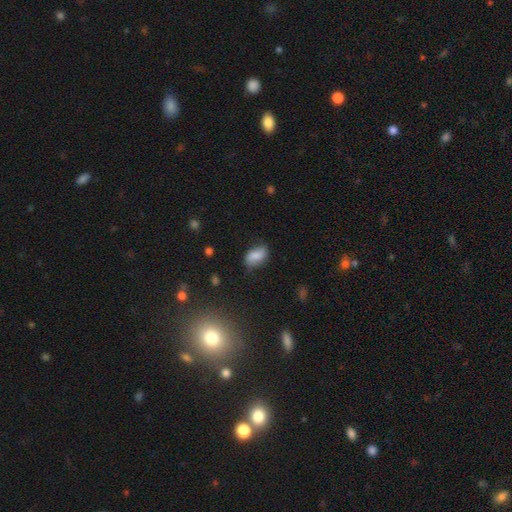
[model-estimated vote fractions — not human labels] Q: Smooth or featured?
A: smooth (72%); runner-up: featured or disk (19%)
Q: How rounded?
A: in between (89%); runner-up: round (9%)
Q: Merging?
A: none (66%); runner-up: minor disturbance (25%)